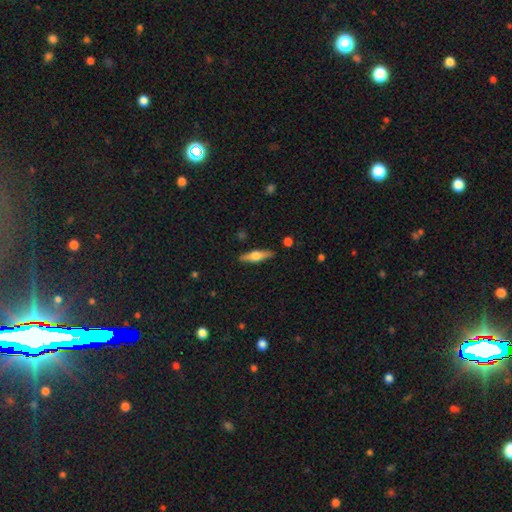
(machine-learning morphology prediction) A featured or disk galaxy (52%) viewed edge-on (94%).

Vote fractions:
- Smooth or featured? featured or disk: 52% / smooth: 42% / star or artifact: 6%
- Edge-on disk? yes: 94% / no: 6%
- Merging? none: 89% / minor disturbance: 8% / major disturbance: 2% / merger: 1%